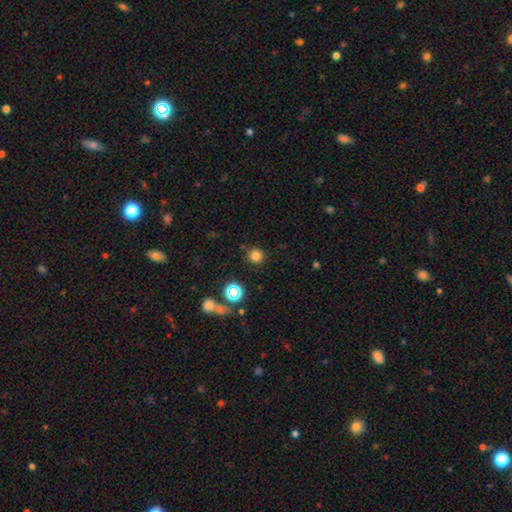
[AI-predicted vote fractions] Overall: smooth (78%). How rounded: round (93%). Merging: none (86%).